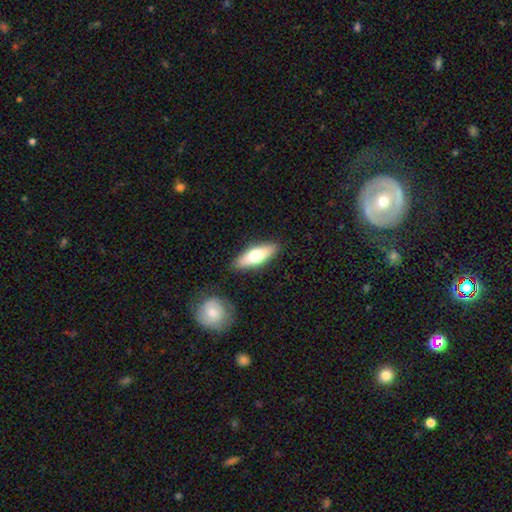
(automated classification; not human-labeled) A smooth galaxy with no disk features (59%) that is in between round and cigar-shaped (60%).

Vote fractions:
- Smooth or featured? smooth: 59% / featured or disk: 35% / star or artifact: 6%
- How rounded? in between: 60% / cigar-shaped: 38% / round: 3%
- Merging? none: 86% / minor disturbance: 9% / merger: 3% / major disturbance: 2%